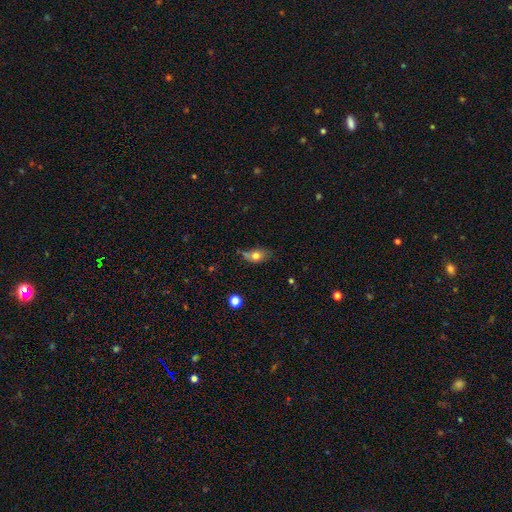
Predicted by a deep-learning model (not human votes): smooth 72%, featured or disk 17%, star or artifact 10%. Down the decision tree: how rounded — in between (76%); merging — none (45%).